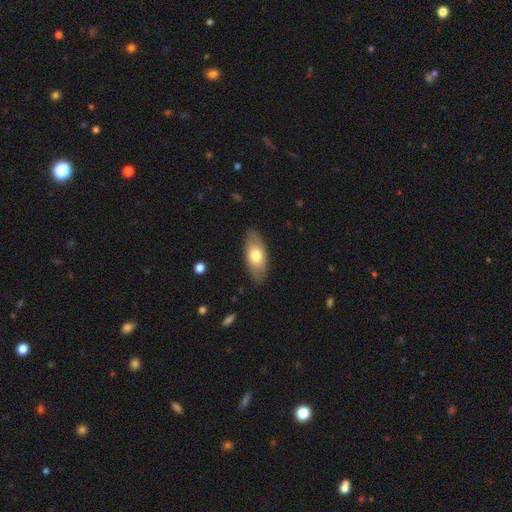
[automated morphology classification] The model was most divided on "smooth or featured": smooth: 68%, featured or disk: 27%, star or artifact: 6%. More confident: how rounded — in between (88%); merging — none (85%).